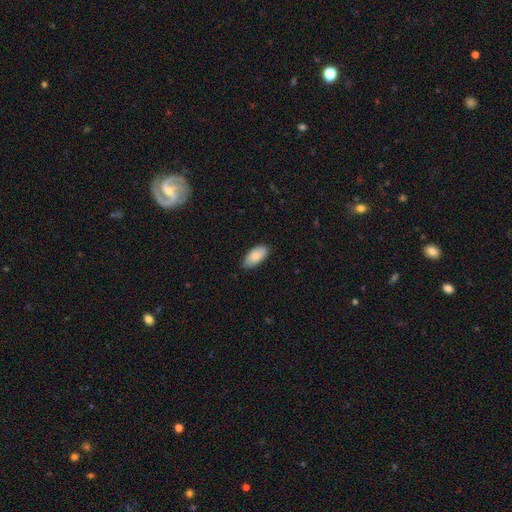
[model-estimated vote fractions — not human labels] Morphology: type=smooth (87%); roundness=in between (92%); merging=none (80%).